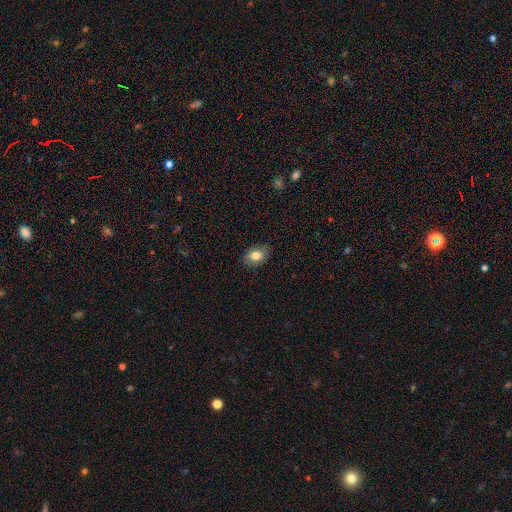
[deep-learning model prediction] Smooth or featured? smooth (79%)
How rounded? in between (81%)
Merging? none (84%)